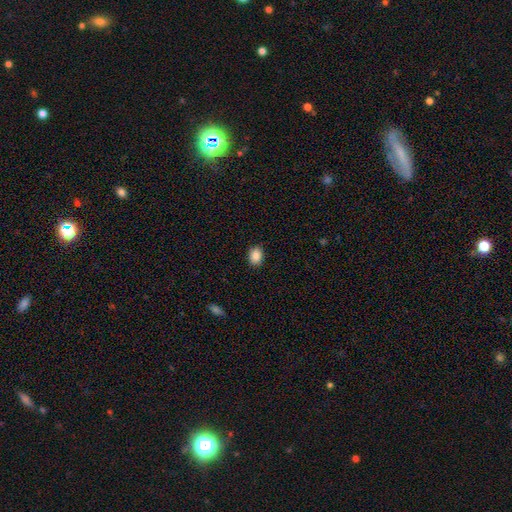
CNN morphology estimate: Smooth or featured?
  - smooth: 88% *
  - star or artifact: 8%
  - featured or disk: 4%
How rounded?
  - in between: 65% *
  - round: 34%
  - cigar-shaped: 1%
Merging?
  - none: 89% *
  - minor disturbance: 8%
  - major disturbance: 2%
  - merger: 1%